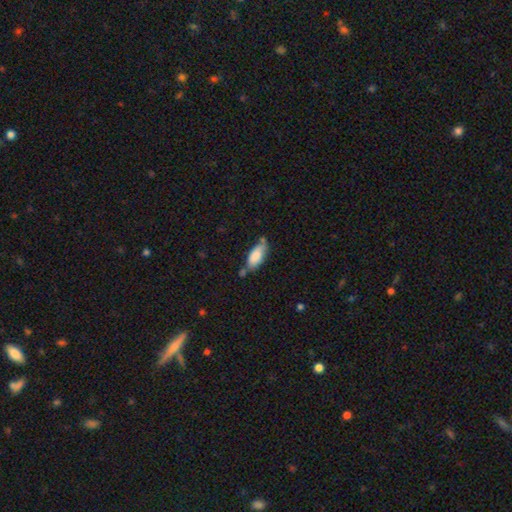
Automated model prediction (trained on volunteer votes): smooth 82%, featured or disk 12%, star or artifact 6%. Down the decision tree: how rounded — in between (85%); merging — none (54%).